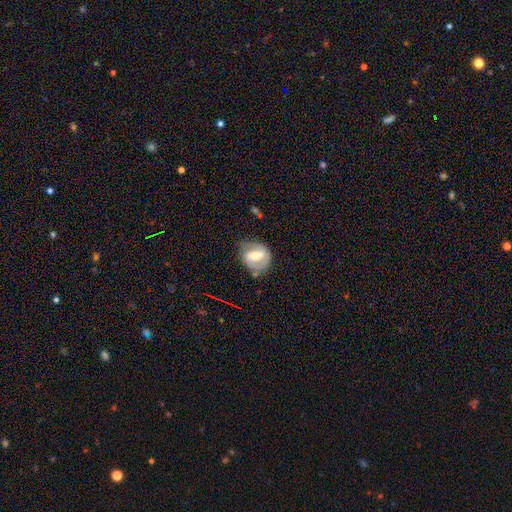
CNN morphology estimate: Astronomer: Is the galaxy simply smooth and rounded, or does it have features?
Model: featured or disk — 67%.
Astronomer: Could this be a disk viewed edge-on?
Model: no — 96%.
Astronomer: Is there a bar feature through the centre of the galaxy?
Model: strong — 46% (runner-up: weak, 40%).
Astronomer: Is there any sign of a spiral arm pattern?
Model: yes — 75%.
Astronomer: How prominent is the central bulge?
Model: moderate — 57% (runner-up: small, 35%).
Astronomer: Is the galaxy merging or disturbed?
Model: none — 65%.